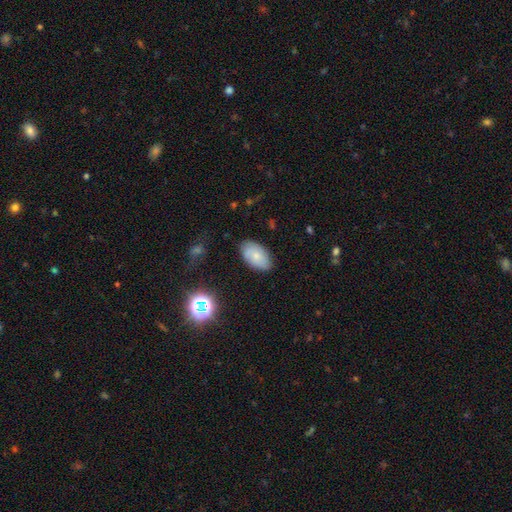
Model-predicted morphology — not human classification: Smooth or featured? Predicted: smooth (p=0.75). How rounded? Predicted: in between (p=0.94). Merging? Predicted: none (p=0.81).